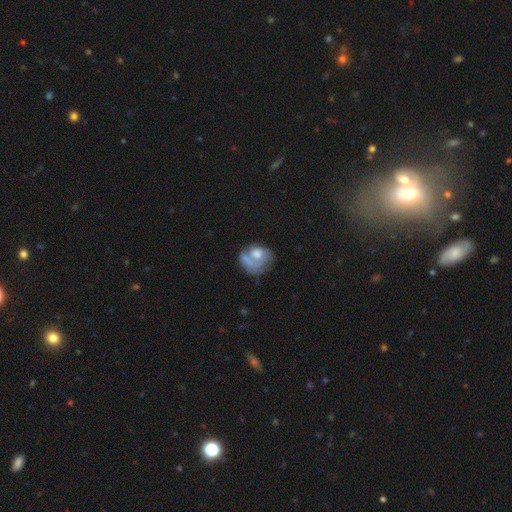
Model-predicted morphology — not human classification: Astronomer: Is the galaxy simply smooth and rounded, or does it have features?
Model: smooth — 48% (runner-up: featured or disk, 44%).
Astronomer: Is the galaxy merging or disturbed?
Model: none — 32% (runner-up: major disturbance, 29%).